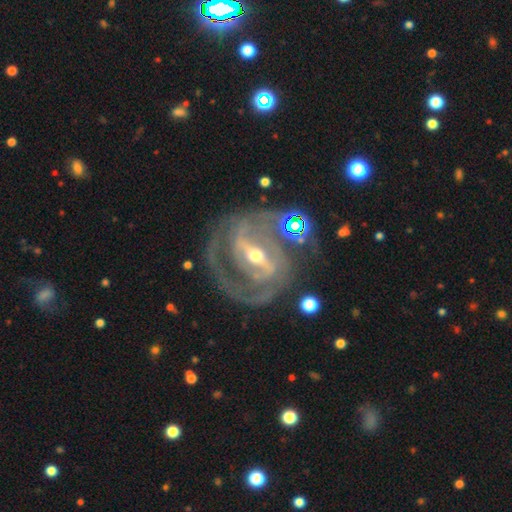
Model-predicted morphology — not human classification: Smooth or featured? Predicted: featured or disk (p=0.90). Edge-on disk? Predicted: no (p=0.96). Bar? Predicted: strong (p=0.70). Spiral arms? Predicted: yes (p=0.94). Spiral winding? Predicted: tight (p=0.50). Spiral arm count? Predicted: 2 (p=0.68). Bulge size? Predicted: moderate (p=0.55). Merging? Predicted: none (p=0.71).